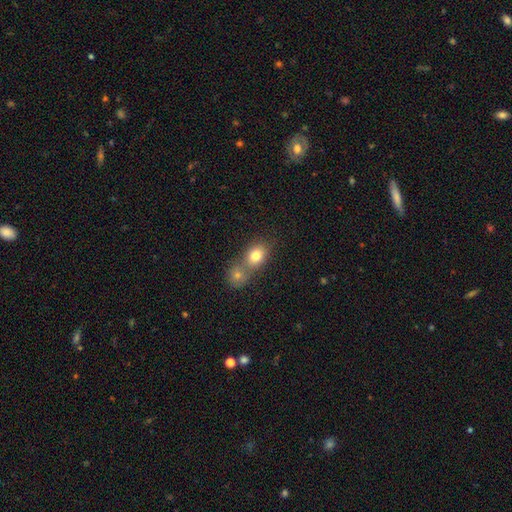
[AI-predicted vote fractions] The model was most divided on "how rounded": round: 50%, in between: 49%, cigar-shaped: 1%. More confident: smooth or featured — smooth (78%); merging — merger (53%).